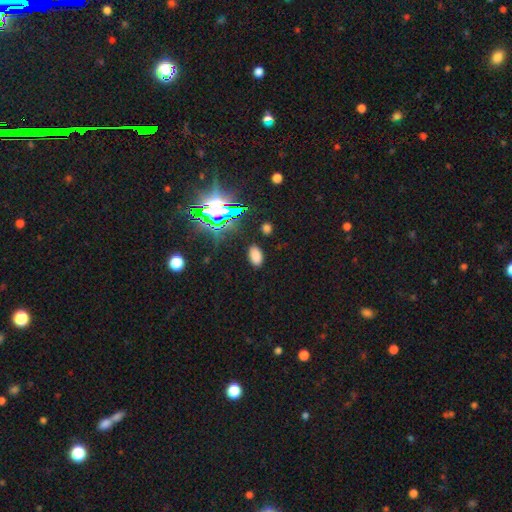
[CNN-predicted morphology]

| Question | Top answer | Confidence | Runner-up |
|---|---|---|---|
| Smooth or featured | smooth | 73% | star or artifact (21%) |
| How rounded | in between | 93% | round (5%) |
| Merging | none | 86% | minor disturbance (9%) |